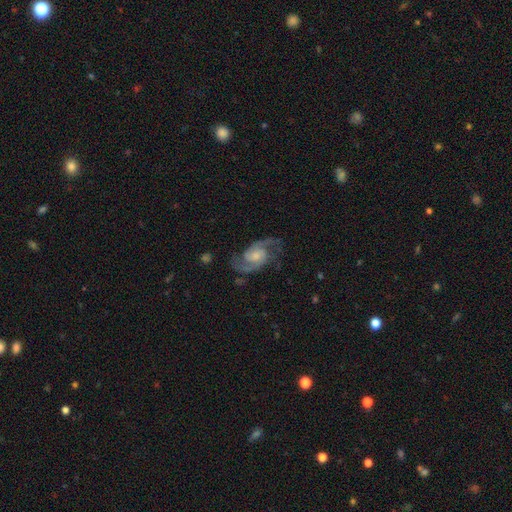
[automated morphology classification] A featured or disk galaxy (90%) with no bar (53%), 2 (92%) medium (60%) spiral arms (98%) and a moderate central bulge (40%).

Vote fractions:
- Smooth or featured? featured or disk: 90% / smooth: 5% / star or artifact: 5%
- Edge-on disk? no: 98% / yes: 2%
- Bar? no: 53% / weak: 39% / strong: 8%
- Spiral arms? yes: 98% / no: 2%
- Spiral winding? medium: 60% / loose: 21% / tight: 19%
- Spiral arm count? 2: 92% / 3: 2% / can't tell: 2% / 1: 1% / 4: 1% / more than 4: 1%
- Bulge size? moderate: 40% / small: 37% / none: 12% / large: 9% / dominant: 2%
- Merging? none: 76% / minor disturbance: 16% / major disturbance: 7% / merger: 1%